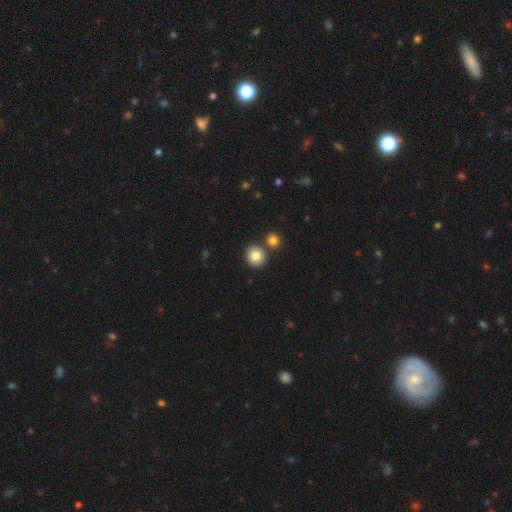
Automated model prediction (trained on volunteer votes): The model was most divided on "merging": none: 75%, merger: 16%, minor disturbance: 7%, major disturbance: 2%. More confident: how rounded — round (90%); smooth or featured — smooth (83%).